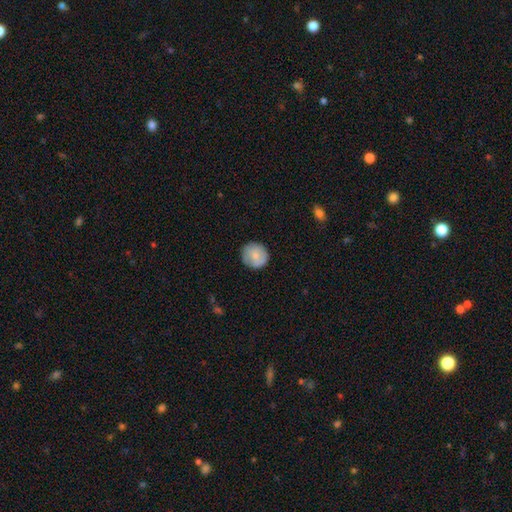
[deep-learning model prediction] A smooth galaxy with no disk features (77%) that is round (92%). Merging: none (83%).